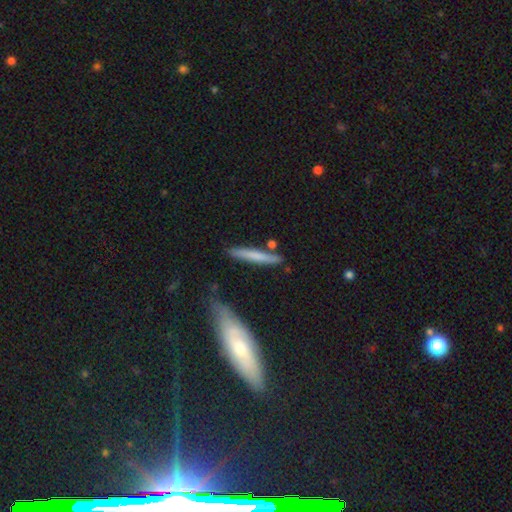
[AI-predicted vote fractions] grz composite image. It shows a smooth galaxy with no disk features (63%) that is cigar-shaped (94%). Merging: none (79%).